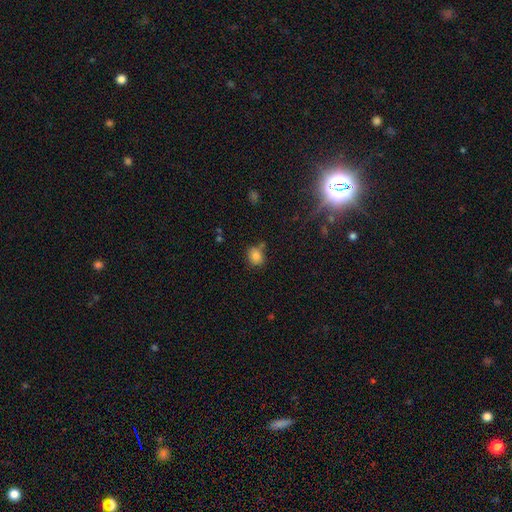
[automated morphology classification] Smooth or featured? smooth (82%)
How rounded? round (67%)
Merging? none (69%)